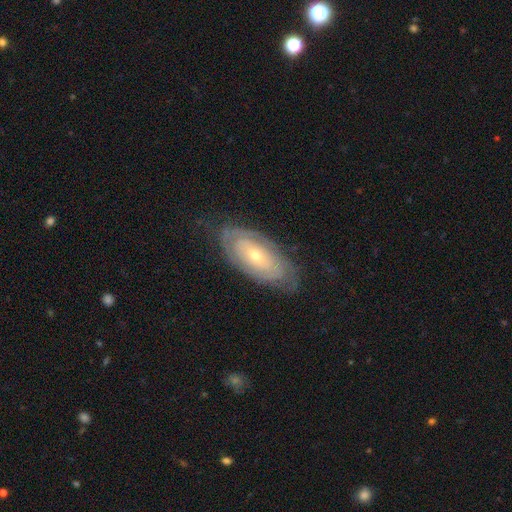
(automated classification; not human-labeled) This appears to be a featured or disk galaxy (73%) with no bar (76%), spiral arms (75%) and a small central bulge (58%). Merging: none (73%).